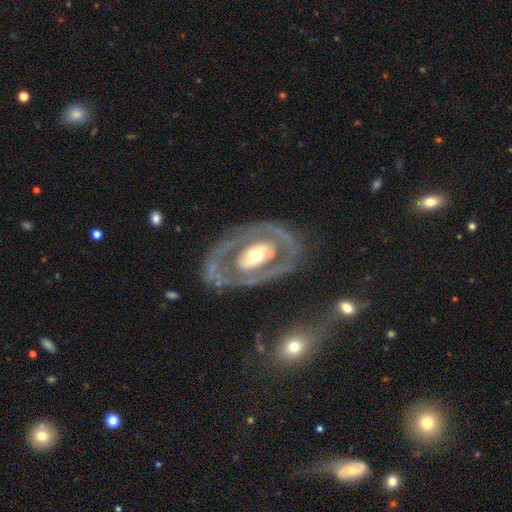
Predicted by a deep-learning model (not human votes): Overall: featured or disk (75%). Edge-on disk: no (93%). Bar: no (56%; weak 24%). Spiral arms: no (66%; yes 34%). Bulge size: moderate (64%). Merging: none (68%).